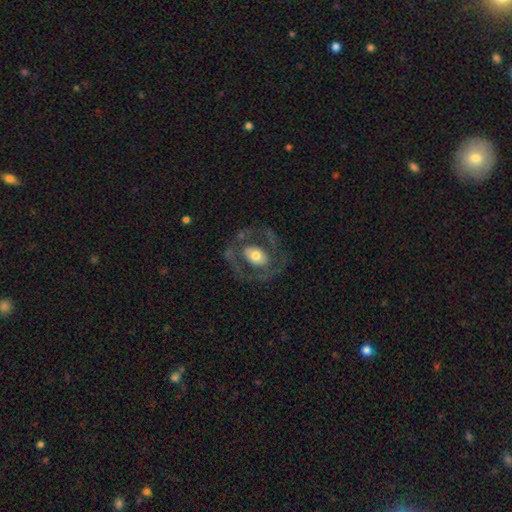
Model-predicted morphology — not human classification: The model was most divided on "smooth or featured": featured or disk: 57%, smooth: 37%, star or artifact: 6%. More confident: edge-on disk — no (95%); bar — no (73%); spiral arms — no (72%); merging — none (71%); bulge size — moderate (61%).